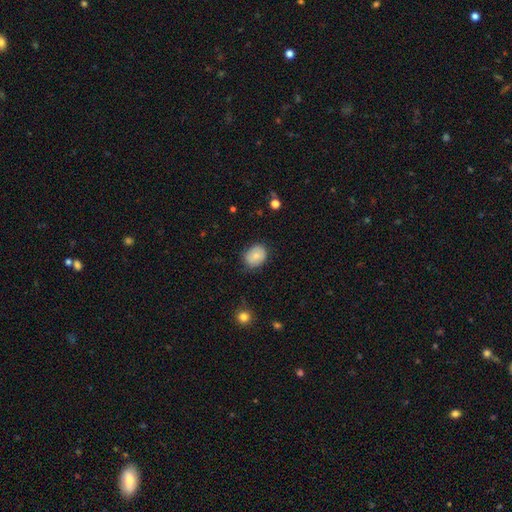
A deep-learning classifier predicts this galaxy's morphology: The model was most divided on "how rounded": round: 53%, in between: 46%, cigar-shaped: 1%. More confident: smooth or featured — smooth (78%); merging — none (73%).